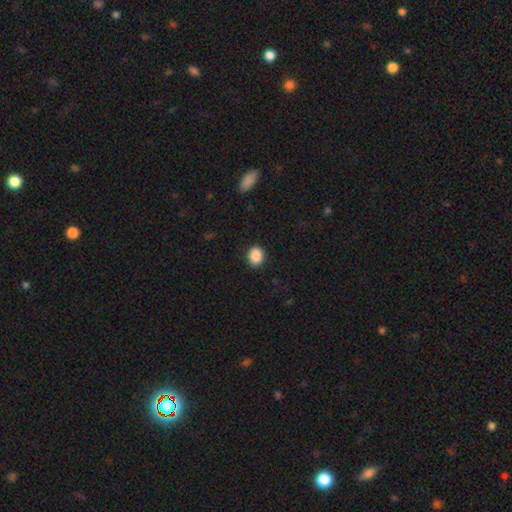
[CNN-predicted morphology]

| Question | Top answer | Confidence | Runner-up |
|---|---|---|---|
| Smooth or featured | smooth | 89% | star or artifact (8%) |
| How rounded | in between | 57% | round (42%) |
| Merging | none | 89% | minor disturbance (8%) |